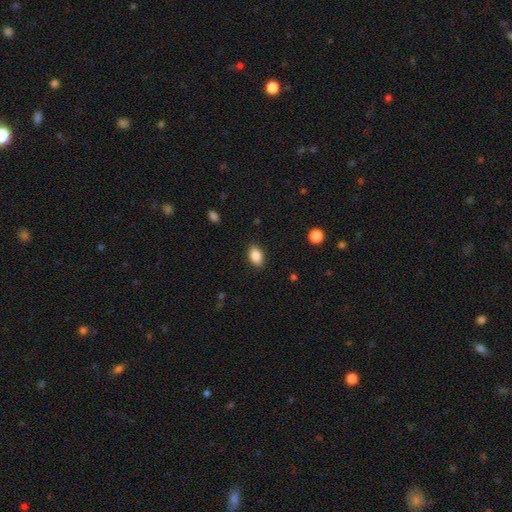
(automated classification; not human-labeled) The model was most divided on "how rounded": in between: 88%, round: 11%, cigar-shaped: 2%. More confident: merging — none (87%); smooth or featured — smooth (86%).